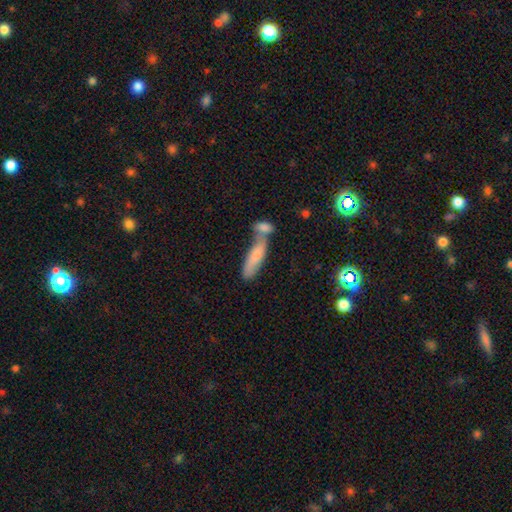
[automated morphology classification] smooth-or-featured: smooth: 73% | featured or disk: 20% | star or artifact: 7%
  how-rounded: cigar-shaped: 58% | in between: 40% | round: 2%
  merging: merger: 52% | none: 32% | minor disturbance: 11% | major disturbance: 5%